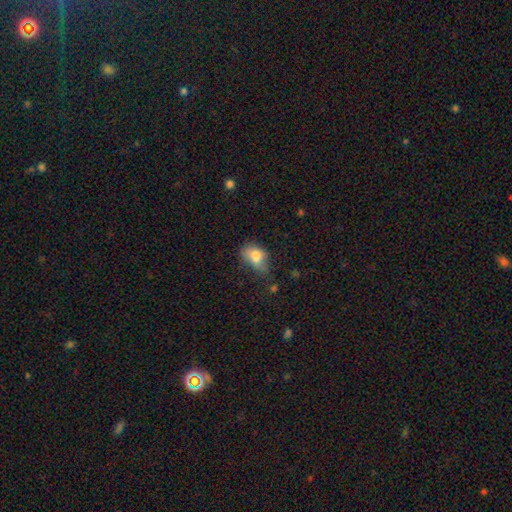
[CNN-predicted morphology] This appears to be a smooth galaxy with no disk features (73%) that is in between round and cigar-shaped (80%). Merging: minor disturbance (35%).